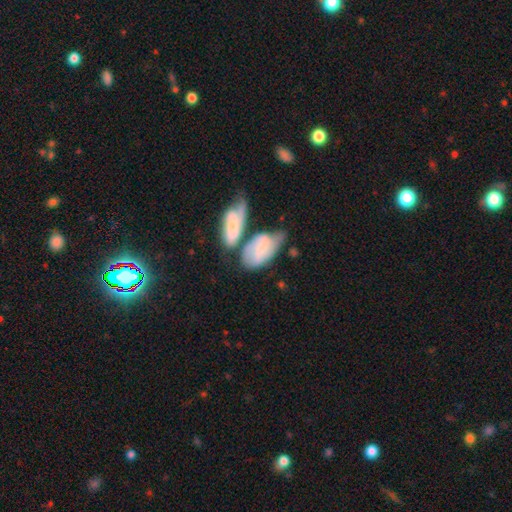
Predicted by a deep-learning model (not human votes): Morphology: type=smooth (53%); roundness=in between (90%); merging=merger (38%).